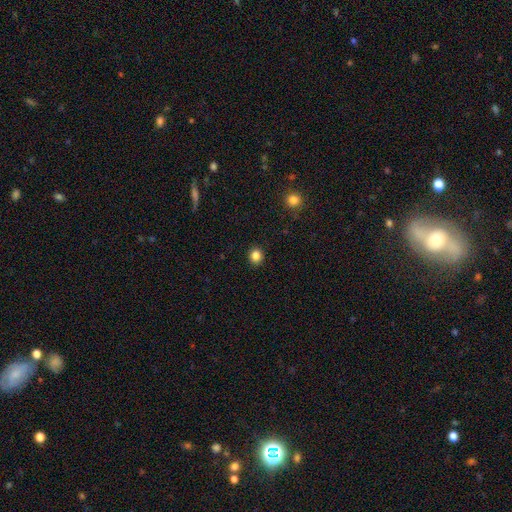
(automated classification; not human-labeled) A smooth galaxy with no disk features (84%) that is round (80%).

Vote fractions:
- Smooth or featured? smooth: 84% / star or artifact: 12% / featured or disk: 4%
- How rounded? round: 80% / in between: 19% / cigar-shaped: 1%
- Merging? none: 91% / minor disturbance: 6% / major disturbance: 2% / merger: 1%